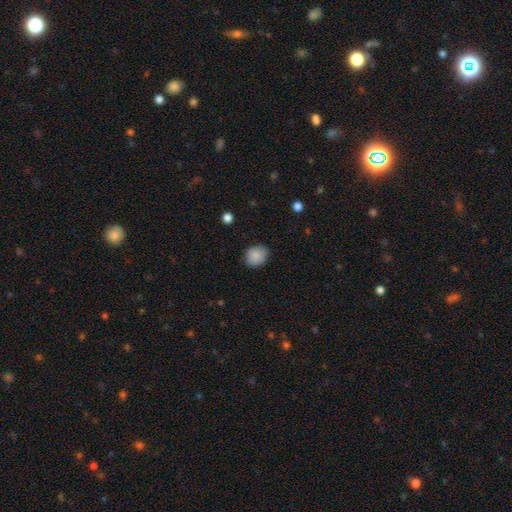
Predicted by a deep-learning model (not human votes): Overall: smooth (88%). How rounded: round (56%; in between 43%). Merging: none (82%).